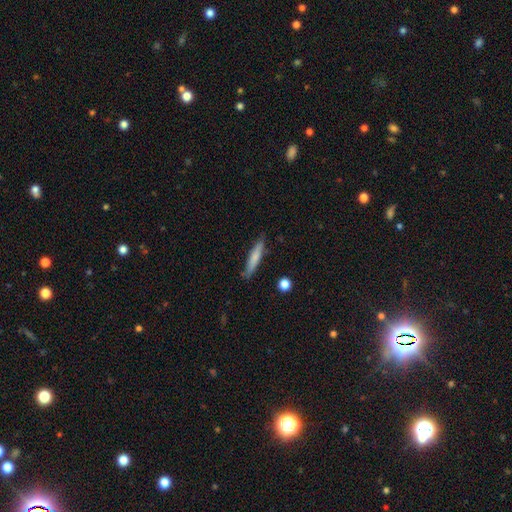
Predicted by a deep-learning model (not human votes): Q: Smooth or featured?
A: smooth (68%); runner-up: featured or disk (25%)
Q: How rounded?
A: cigar-shaped (91%); runner-up: in between (7%)
Q: Merging?
A: none (84%); runner-up: minor disturbance (12%)